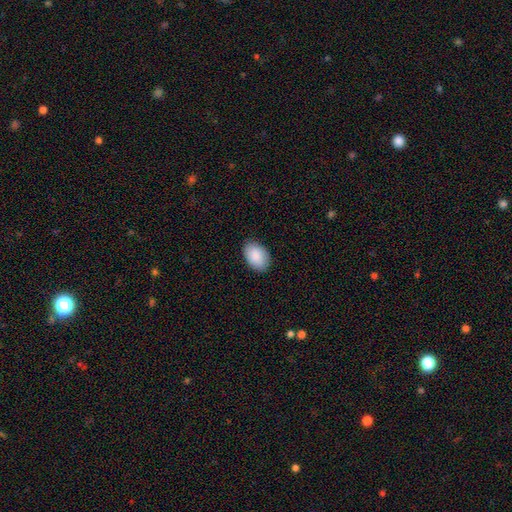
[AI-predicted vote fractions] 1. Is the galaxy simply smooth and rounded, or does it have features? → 90% smooth, 6% star or artifact, 4% featured or disk.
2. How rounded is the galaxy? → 91% in between, 8% round, 1% cigar-shaped.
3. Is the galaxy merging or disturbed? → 87% none, 10% minor disturbance, 2% major disturbance, 1% merger.